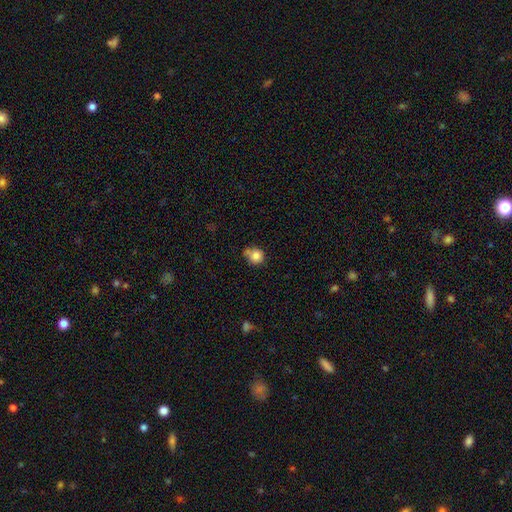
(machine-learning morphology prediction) Overall: smooth (83%). How rounded: round (85%). Merging: none (52%; minor disturbance 22%).